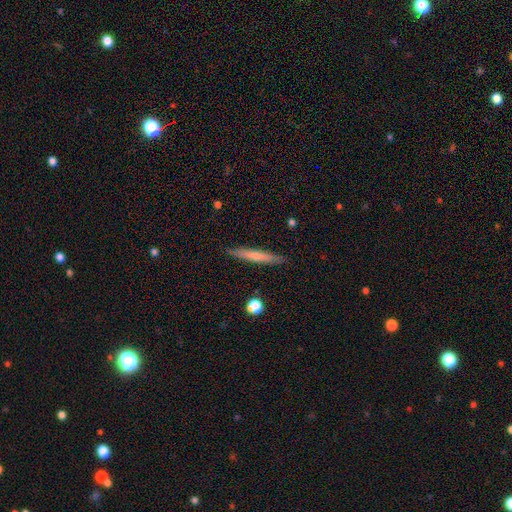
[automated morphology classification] This appears to be a smooth galaxy with no disk features (59%) that is cigar-shaped (95%). Merging: none (89%).